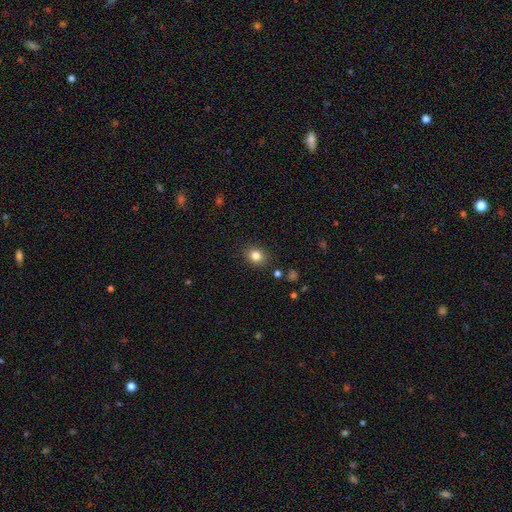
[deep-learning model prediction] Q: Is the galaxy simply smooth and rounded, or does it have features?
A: smooth — 82%.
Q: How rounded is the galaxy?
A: round — 65%.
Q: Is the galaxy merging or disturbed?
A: none — 88%.